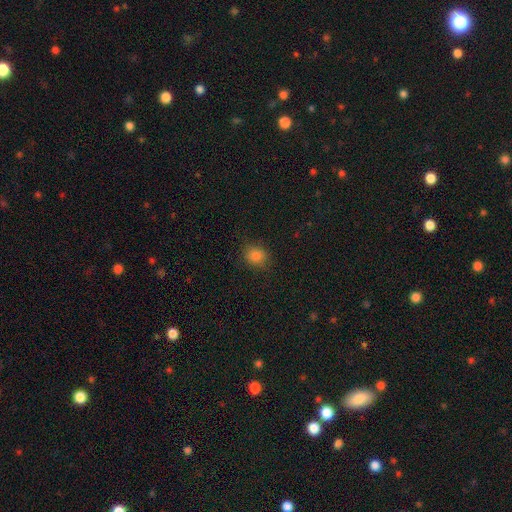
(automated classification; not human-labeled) Smooth or featured?
  - smooth: 84% *
  - star or artifact: 12%
  - featured or disk: 4%
How rounded?
  - round: 69% *
  - in between: 30%
  - cigar-shaped: 1%
Merging?
  - none: 83% *
  - minor disturbance: 12%
  - major disturbance: 4%
  - merger: 1%